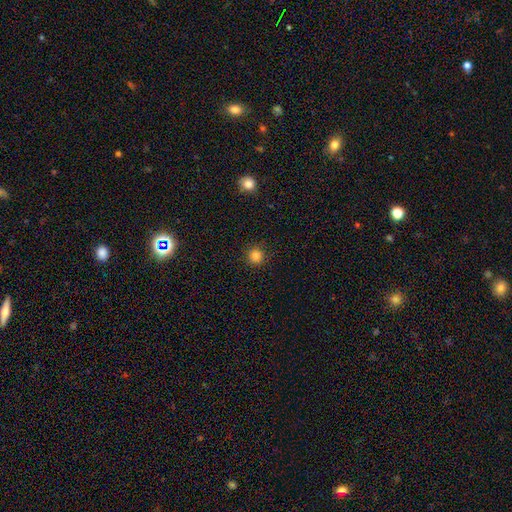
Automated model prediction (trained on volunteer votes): Overall: smooth (84%). How rounded: round (94%). Merging: none (91%).